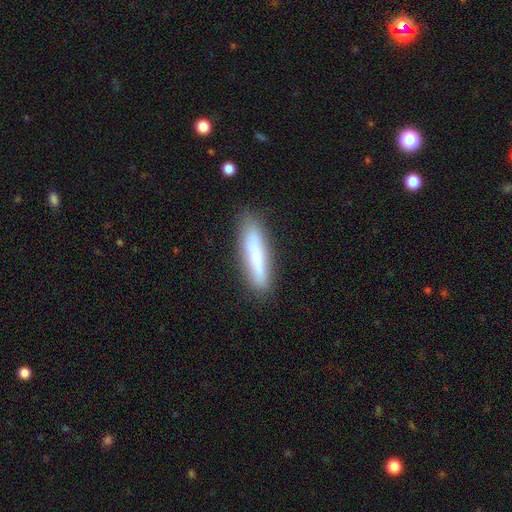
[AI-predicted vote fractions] Smooth or featured?
  - smooth: 73% *
  - featured or disk: 20%
  - star or artifact: 7%
How rounded?
  - cigar-shaped: 83% *
  - in between: 16%
  - round: 1%
Merging?
  - none: 82% *
  - minor disturbance: 13%
  - major disturbance: 3%
  - merger: 2%